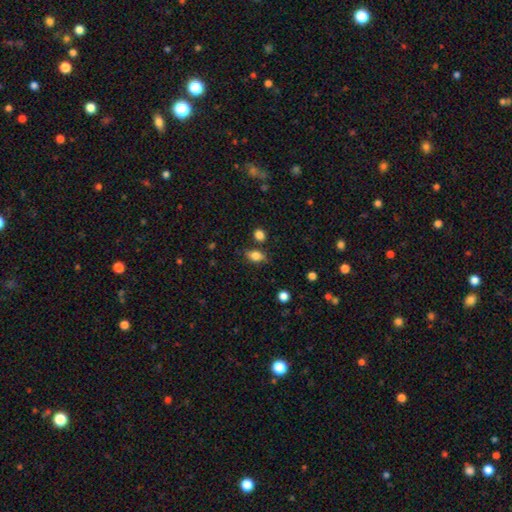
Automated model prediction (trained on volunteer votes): A smooth galaxy with no disk features (80%) that is in between round and cigar-shaped (76%). Merging: none (74%).